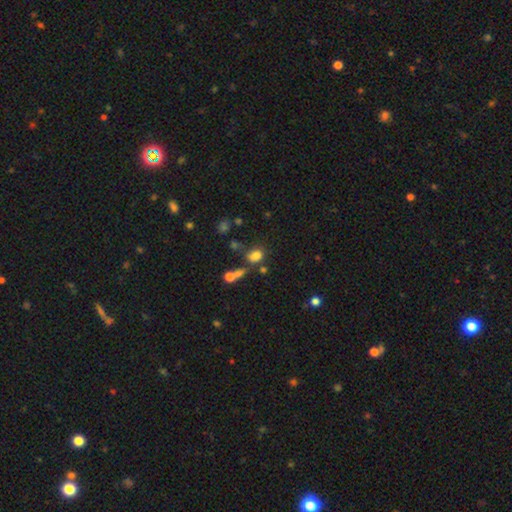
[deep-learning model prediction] Overall: smooth (72%). How rounded: in between (59%; round 39%). Merging: none (46%; merger 27%).